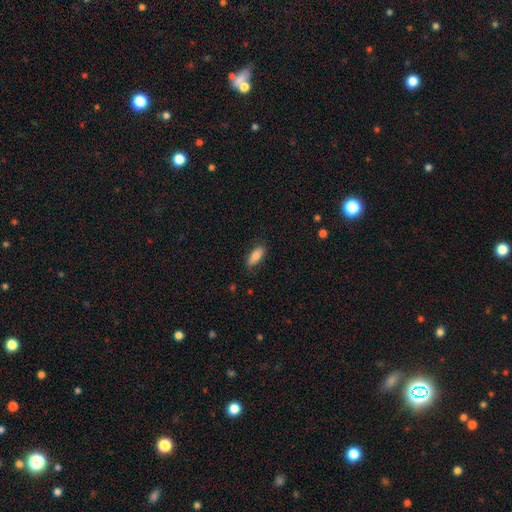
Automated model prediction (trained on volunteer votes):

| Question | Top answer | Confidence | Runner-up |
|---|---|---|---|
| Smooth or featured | smooth | 81% | featured or disk (13%) |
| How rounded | in between | 79% | cigar-shaped (19%) |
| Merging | none | 80% | minor disturbance (16%) |